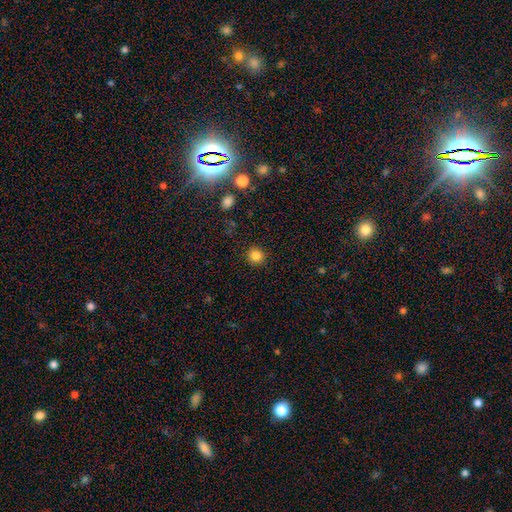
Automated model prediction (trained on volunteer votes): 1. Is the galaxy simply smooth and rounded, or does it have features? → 85% smooth, 11% star or artifact, 4% featured or disk.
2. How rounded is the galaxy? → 91% round, 8% in between, 1% cigar-shaped.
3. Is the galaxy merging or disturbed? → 91% none, 6% minor disturbance, 2% major disturbance, 1% merger.